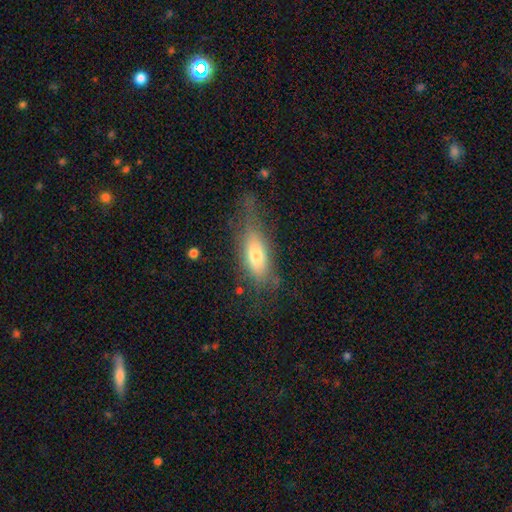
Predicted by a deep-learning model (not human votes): Q: Smooth or featured?
A: smooth (62%); runner-up: featured or disk (30%)
Q: How rounded?
A: in between (68%); runner-up: cigar-shaped (29%)
Q: Merging?
A: none (48%); runner-up: minor disturbance (28%)